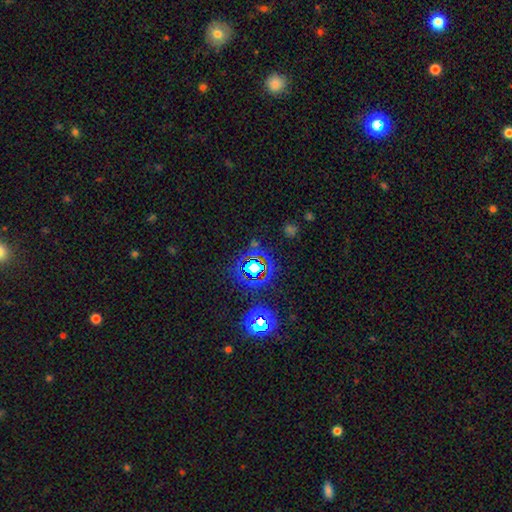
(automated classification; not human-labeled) Overall: star or artifact (70%).